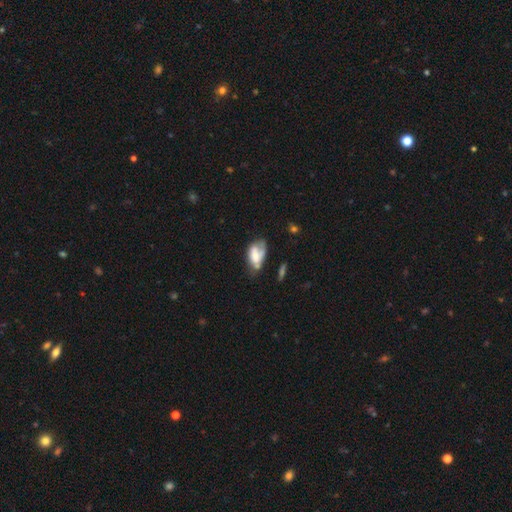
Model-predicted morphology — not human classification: smooth-or-featured: smooth: 51% | featured or disk: 40% | star or artifact: 8%
  how-rounded: in between: 89% | round: 7% | cigar-shaped: 4%
  merging: none: 32% | minor disturbance: 28% | major disturbance: 27% | merger: 12%